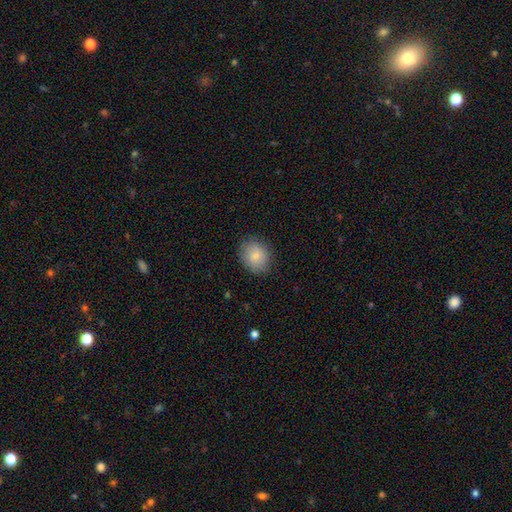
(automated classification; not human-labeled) Morphology: type=smooth (84%); roundness=round (62%); merging=none (85%).